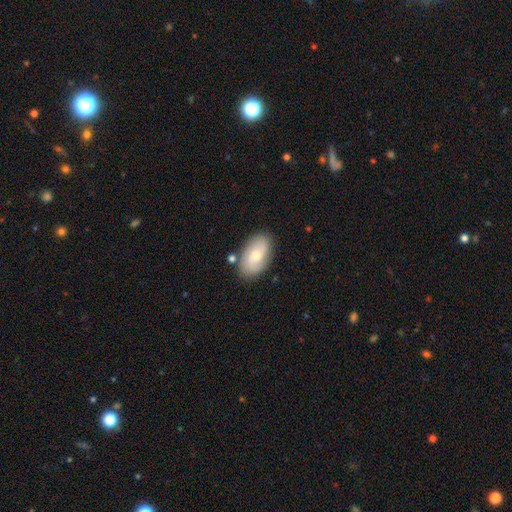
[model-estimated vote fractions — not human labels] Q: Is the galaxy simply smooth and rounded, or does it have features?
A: smooth — 51%.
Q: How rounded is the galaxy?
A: in between — 91%.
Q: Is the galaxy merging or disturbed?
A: none — 79%.